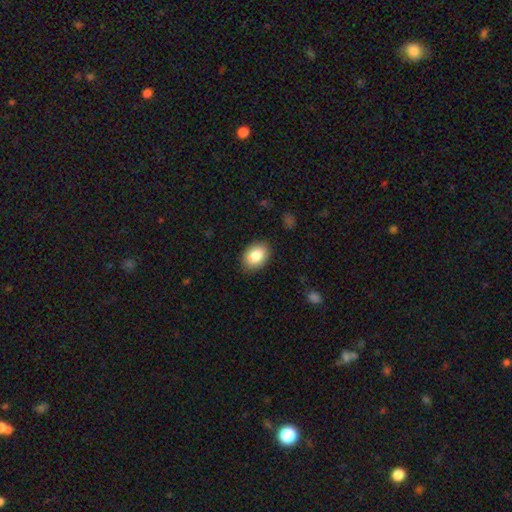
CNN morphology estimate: This is clearly a smooth galaxy (85%). How rounded: likely in between (79%). Merging: clearly none (85%).